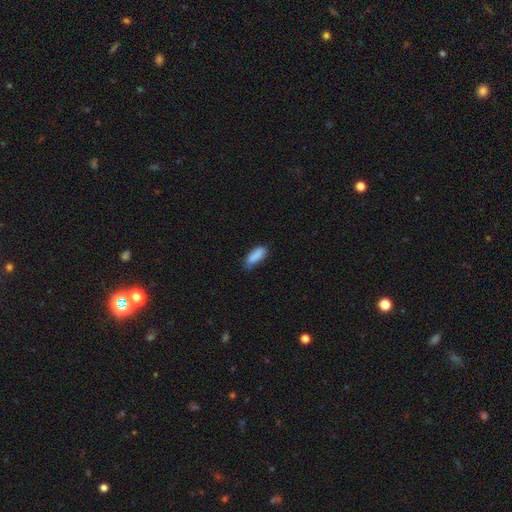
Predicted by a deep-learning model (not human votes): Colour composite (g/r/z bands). It shows a smooth galaxy with no disk features (88%) that is in between round and cigar-shaped (65%). Merging: none (70%).